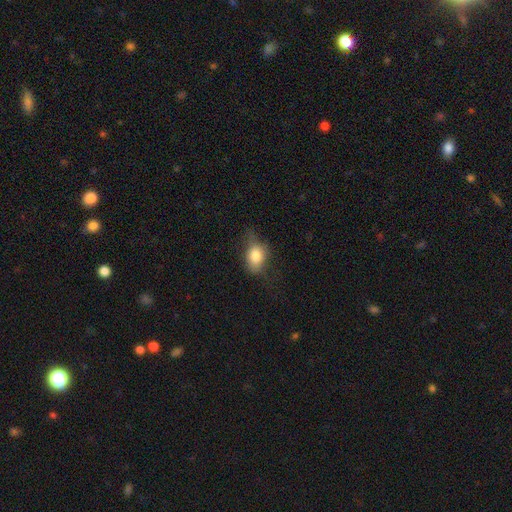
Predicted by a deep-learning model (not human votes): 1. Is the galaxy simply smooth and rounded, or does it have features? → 78% smooth, 13% featured or disk, 9% star or artifact.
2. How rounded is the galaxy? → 68% in between, 30% round, 2% cigar-shaped.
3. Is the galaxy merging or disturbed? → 49% none, 34% minor disturbance, 16% major disturbance, 2% merger.